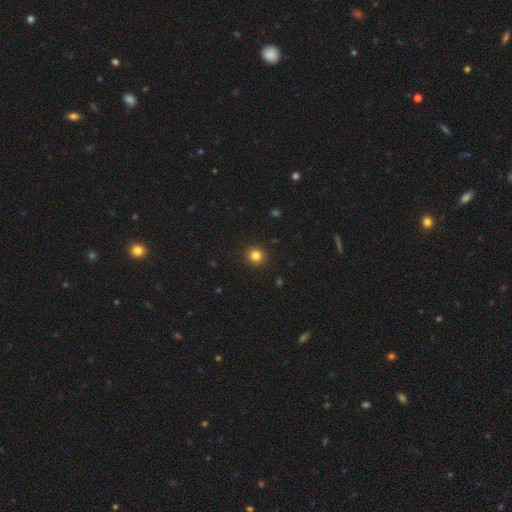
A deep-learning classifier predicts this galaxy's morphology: smooth_or_featured: smooth (p=0.83) [alt: star or artifact p=0.12]
how_rounded: round (p=0.93) [alt: in between p=0.06]
merging: none (p=0.92) [alt: minor disturbance p=0.05]